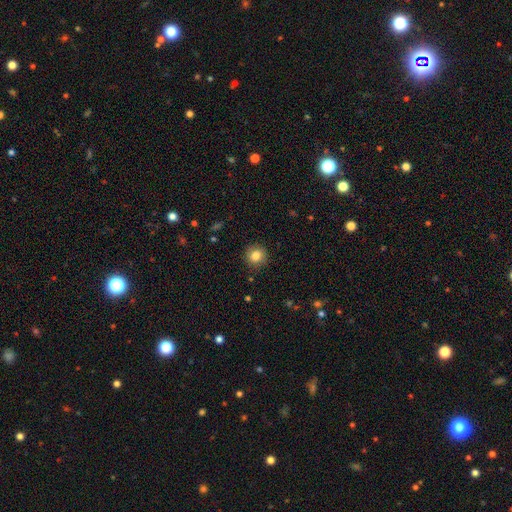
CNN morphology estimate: smooth 83%, star or artifact 10%, featured or disk 7%. Down the decision tree: how rounded — round (90%); merging — none (90%).